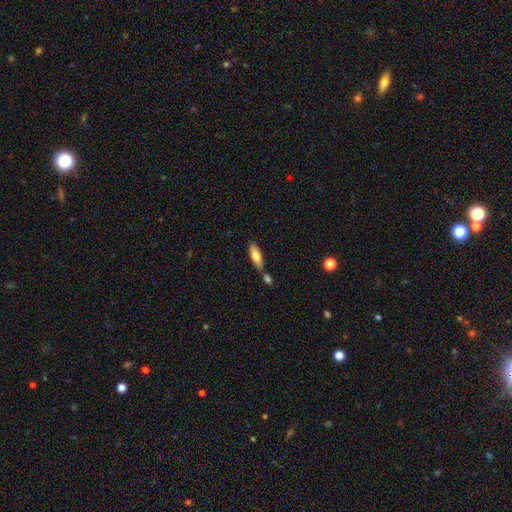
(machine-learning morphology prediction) Smooth or featured? smooth (78%)
How rounded? in between (63%)
Merging? none (52%)